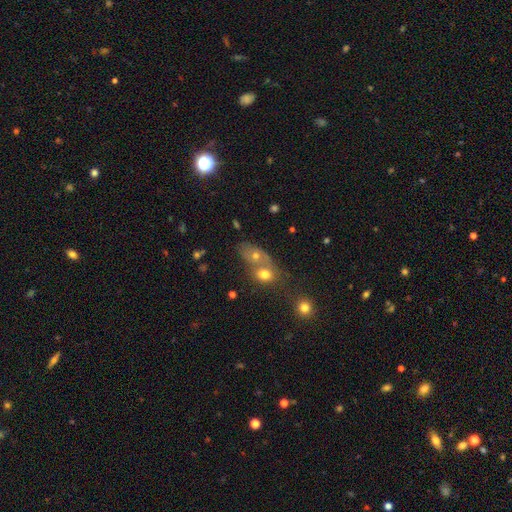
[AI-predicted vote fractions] The model was most divided on "merging": merger: 55%, none: 30%, minor disturbance: 9%, major disturbance: 6%. More confident: how rounded — in between (62%); smooth or featured — smooth (57%).